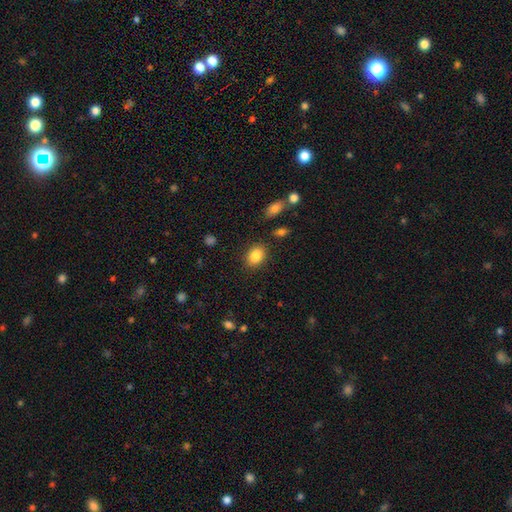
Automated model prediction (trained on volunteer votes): Smooth or featured: smooth — 85% (star or artifact — 9%)
How rounded: in between — 67% (round — 32%)
Merging: none — 84% (minor disturbance — 10%)